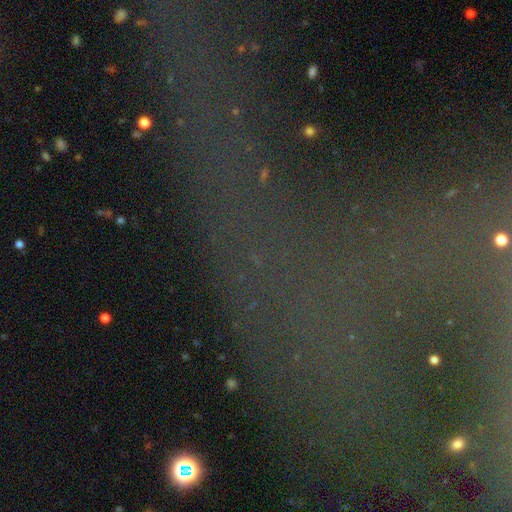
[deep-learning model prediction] smooth-or-featured: star or artifact: 71% | featured or disk: 17% | smooth: 12%